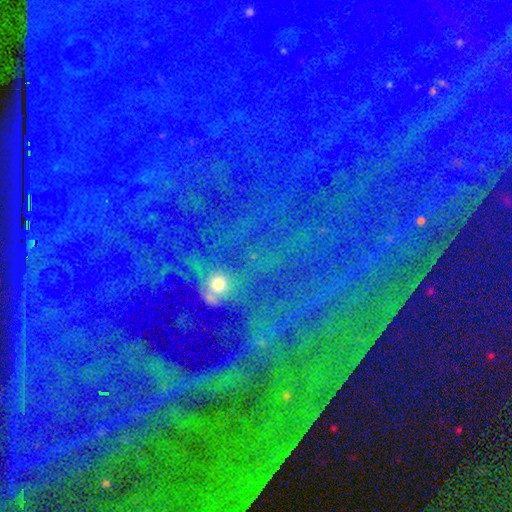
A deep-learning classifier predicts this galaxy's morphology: The model was most divided on "smooth or featured": star or artifact: 85%, smooth: 8%, featured or disk: 8%.